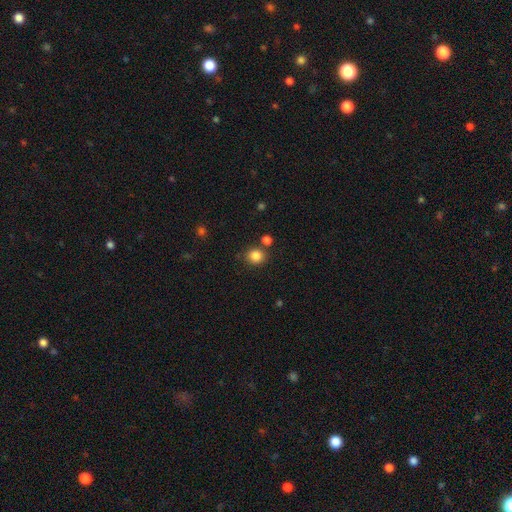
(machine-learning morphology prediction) smooth-or-featured: smooth: 85% | star or artifact: 11% | featured or disk: 4%
  how-rounded: round: 85% | in between: 14% | cigar-shaped: 1%
  merging: none: 79% | minor disturbance: 9% | merger: 9% | major disturbance: 3%